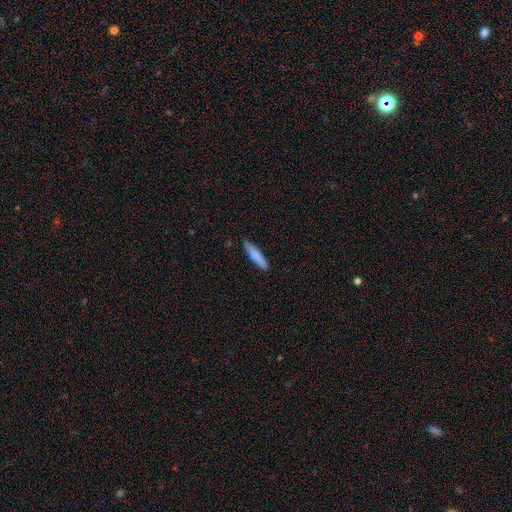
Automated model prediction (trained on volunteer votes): A smooth galaxy with no disk features (73%) that is cigar-shaped (87%).

Vote fractions:
- Smooth or featured? smooth: 73% / featured or disk: 21% / star or artifact: 6%
- How rounded? cigar-shaped: 87% / in between: 12% / round: 1%
- Merging? none: 83% / minor disturbance: 13% / major disturbance: 2% / merger: 2%